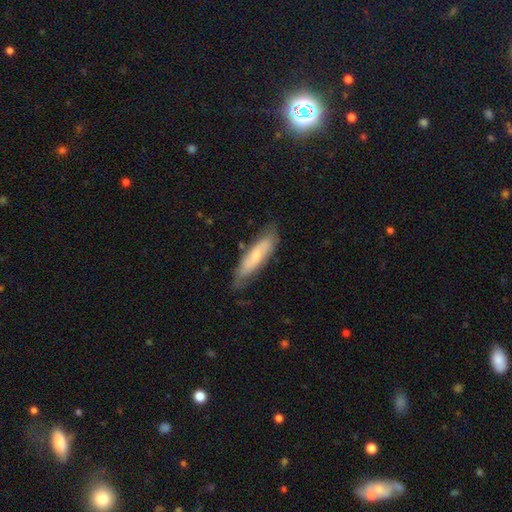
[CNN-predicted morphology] Overall: smooth (54%; featured or disk 40%). How rounded: cigar-shaped (64%; in between 35%). Merging: none (69%).